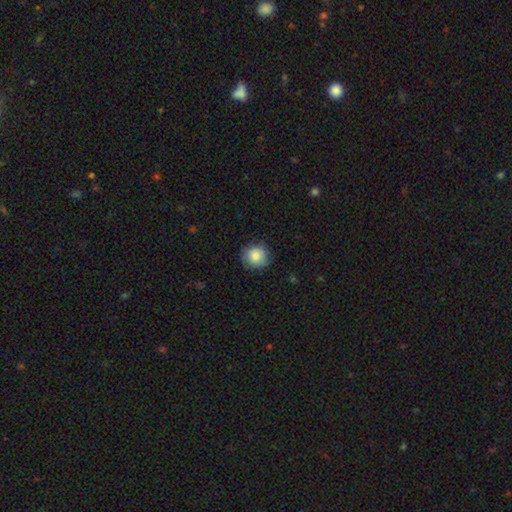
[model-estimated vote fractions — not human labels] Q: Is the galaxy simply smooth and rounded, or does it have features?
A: smooth — 86%.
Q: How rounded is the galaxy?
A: round — 89%.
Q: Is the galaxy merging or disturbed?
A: none — 86%.